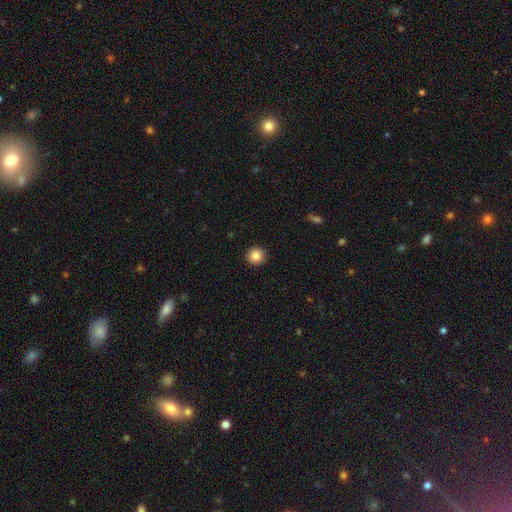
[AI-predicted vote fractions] Overall: smooth (85%). How rounded: round (93%). Merging: none (93%).